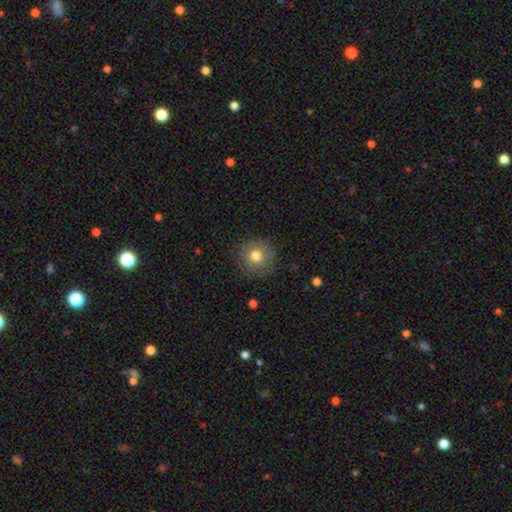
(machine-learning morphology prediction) type=smooth (77%); roundness=round (94%); merging=none (85%).